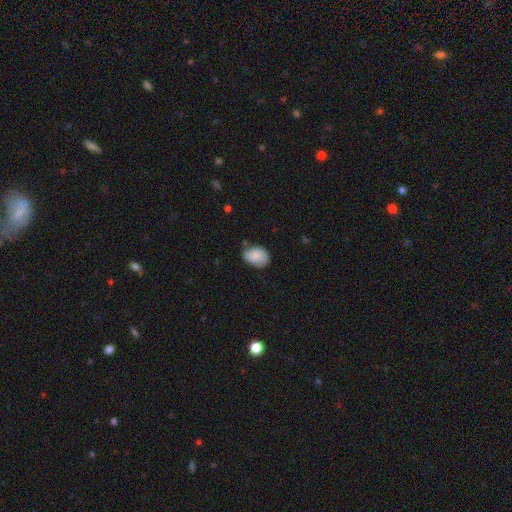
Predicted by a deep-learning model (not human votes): smooth 77%, featured or disk 15%, star or artifact 7%. Down the decision tree: how rounded — in between (76%); merging — none (58%).